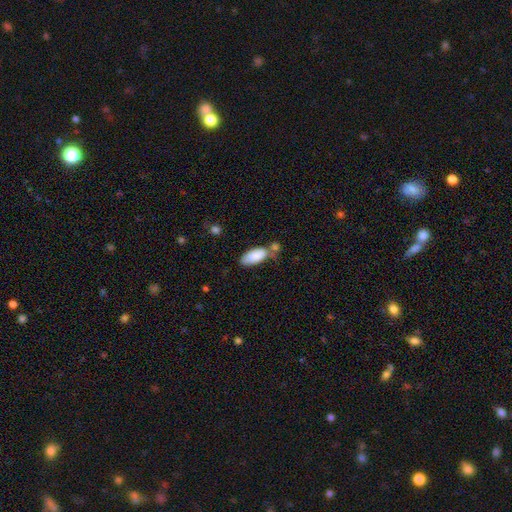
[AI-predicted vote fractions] A smooth galaxy with no disk features (86%) that is in between round and cigar-shaped (89%).

Vote fractions:
- Smooth or featured? smooth: 86% / featured or disk: 7% / star or artifact: 7%
- How rounded? in between: 89% / cigar-shaped: 9% / round: 2%
- Merging? none: 46% / merger: 25% / minor disturbance: 22% / major disturbance: 7%